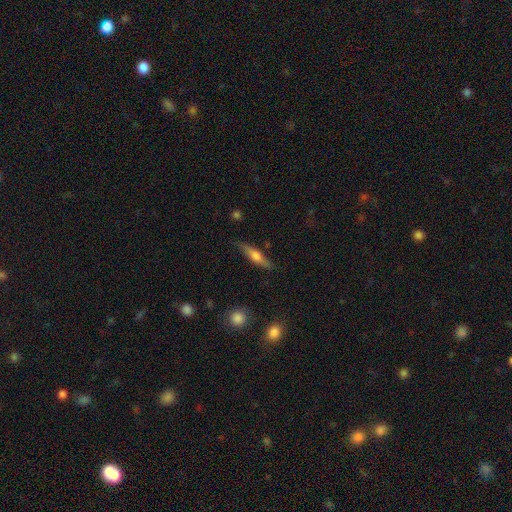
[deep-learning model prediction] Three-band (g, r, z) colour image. It shows a featured or disk galaxy (56%) viewed edge-on (94%) with a rounded central bulge (85%). Merging: none (83%).